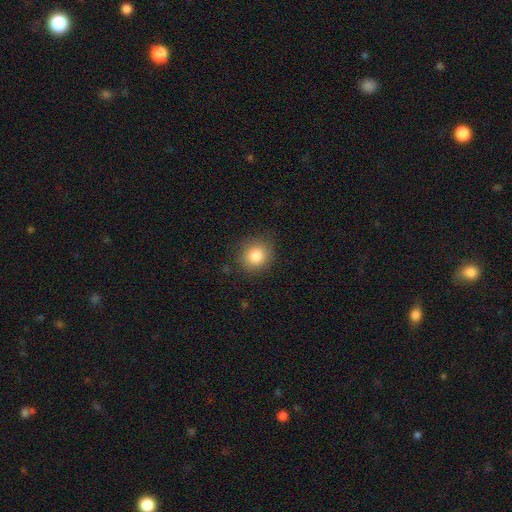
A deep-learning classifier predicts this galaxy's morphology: This is clearly a smooth galaxy (83%). How rounded: clearly round (82%). Merging: clearly none (86%).